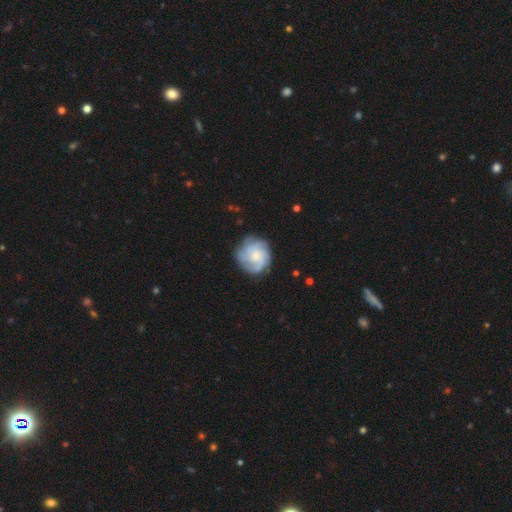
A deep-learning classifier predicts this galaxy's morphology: Smooth or featured? featured or disk (67%)
Edge-on disk? no (98%)
Bar? no (73%)
Spiral arms? yes (92%)
Spiral winding? tight (51%)
Spiral arm count? can't tell (32%)
Bulge size? small (42%)
Merging? none (75%)